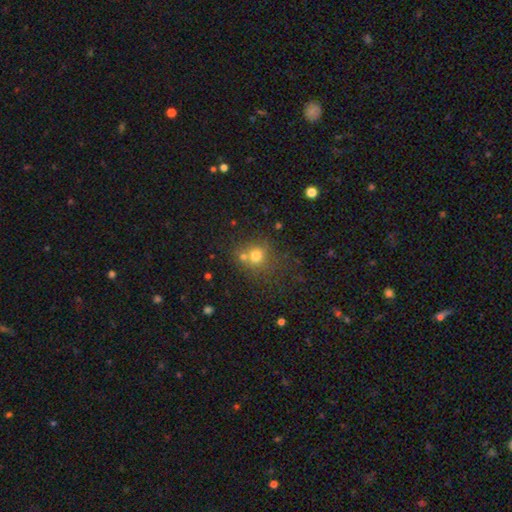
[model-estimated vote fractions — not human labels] Morphology: type=smooth (72%); roundness=round (85%); merging=none (57%).